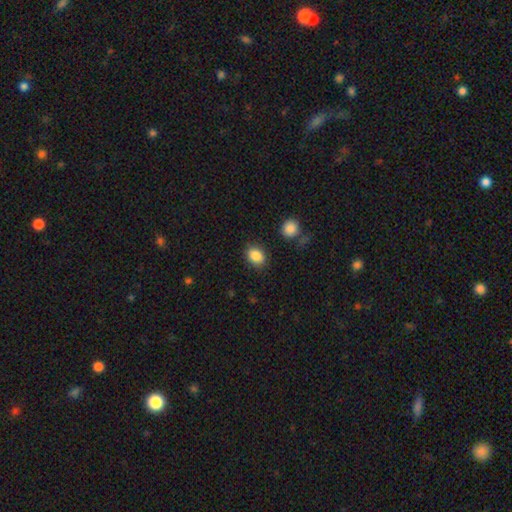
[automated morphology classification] Smooth or featured? smooth (87%)
How rounded? in between (66%)
Merging? none (84%)